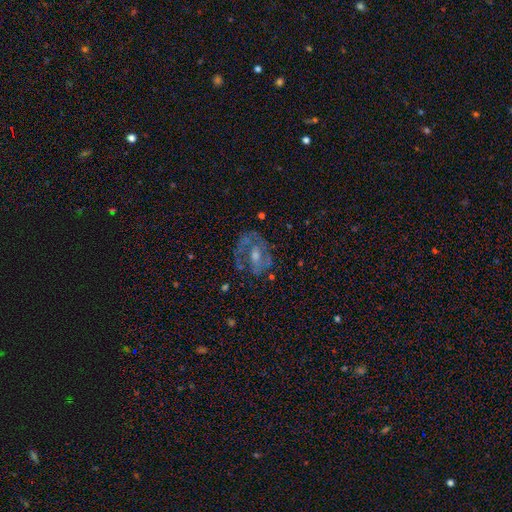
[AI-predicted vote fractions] Q: Smooth or featured?
A: featured or disk (74%); runner-up: smooth (16%)
Q: Edge-on disk?
A: no (96%); runner-up: yes (4%)
Q: Bar?
A: no (45%); runner-up: weak (40%)
Q: Spiral arms?
A: yes (73%); runner-up: no (27%)
Q: Spiral winding?
A: medium (42%); runner-up: tight (41%)
Q: Spiral arm count?
A: 2 (50%); runner-up: can't tell (26%)
Q: Bulge size?
A: moderate (53%); runner-up: small (34%)
Q: Merging?
A: none (64%); runner-up: minor disturbance (18%)